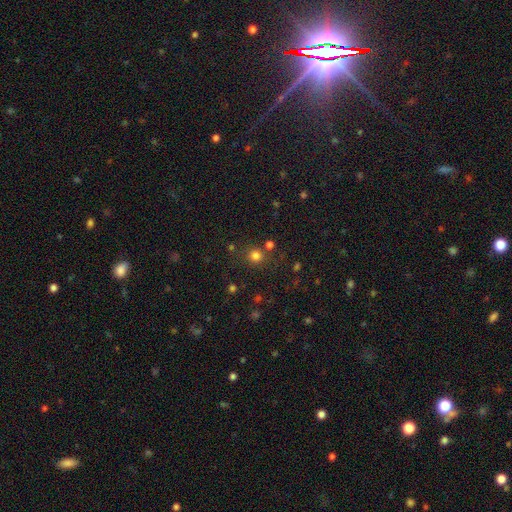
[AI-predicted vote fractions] smooth_or_featured: smooth (p=0.77) [alt: star or artifact p=0.17]
how_rounded: round (p=0.91) [alt: in between p=0.08]
merging: none (p=0.80) [alt: merger p=0.08]